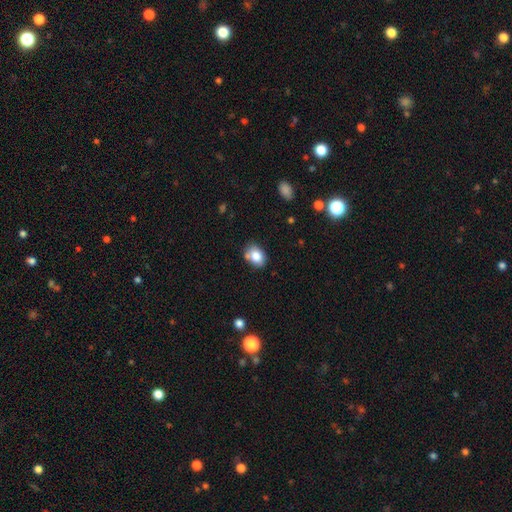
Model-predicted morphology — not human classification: A smooth galaxy with no disk features (82%) that is in between round and cigar-shaped (73%).

Vote fractions:
- Smooth or featured? smooth: 82% / featured or disk: 10% / star or artifact: 9%
- How rounded? in between: 73% / round: 26% / cigar-shaped: 1%
- Merging? none: 67% / minor disturbance: 18% / merger: 11% / major disturbance: 4%